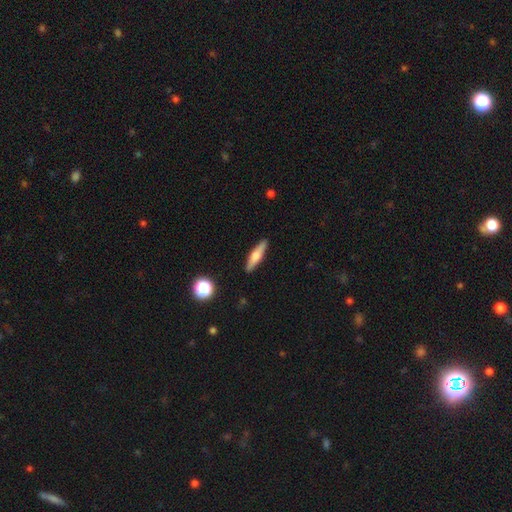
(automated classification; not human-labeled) smooth-or-featured: smooth: 49% | featured or disk: 45% | star or artifact: 7%
  merging: none: 90% | minor disturbance: 7% | major disturbance: 2% | merger: 1%